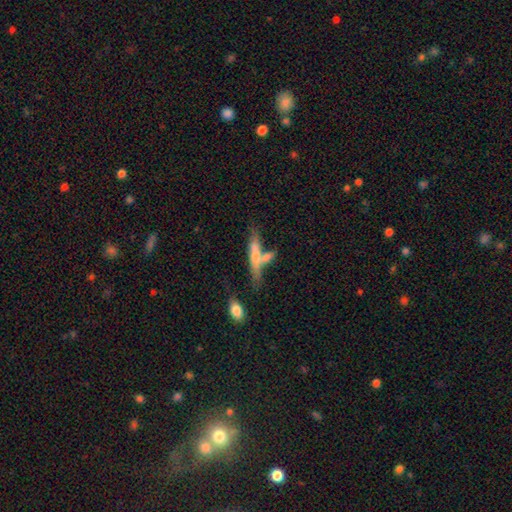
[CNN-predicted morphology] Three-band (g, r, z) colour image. It shows a smooth galaxy with no disk features (52%) that is cigar-shaped (78%). Merging: none (44%).